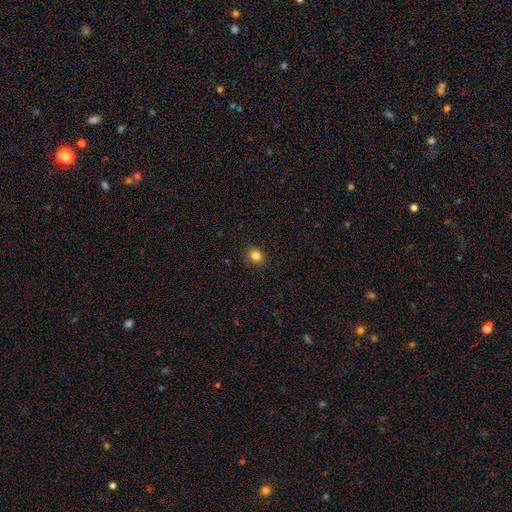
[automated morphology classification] Smooth or featured? smooth (83%)
How rounded? round (69%)
Merging? none (89%)